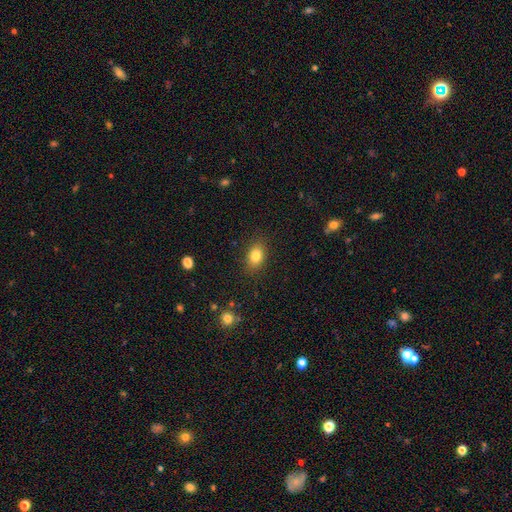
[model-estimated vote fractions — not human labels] Smooth or featured? smooth (83%)
How rounded? in between (77%)
Merging? none (86%)